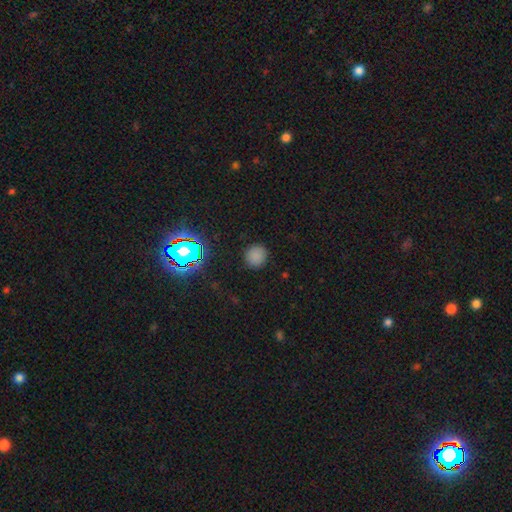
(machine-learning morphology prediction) This is likely a smooth galaxy (77%). How rounded: clearly round (93%). Merging: clearly none (89%).